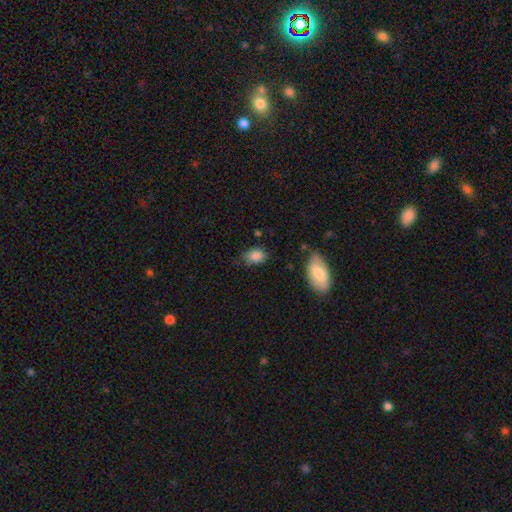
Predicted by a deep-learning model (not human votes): smooth 85%, star or artifact 9%, featured or disk 6%. Down the decision tree: how rounded — in between (78%); merging — none (67%).